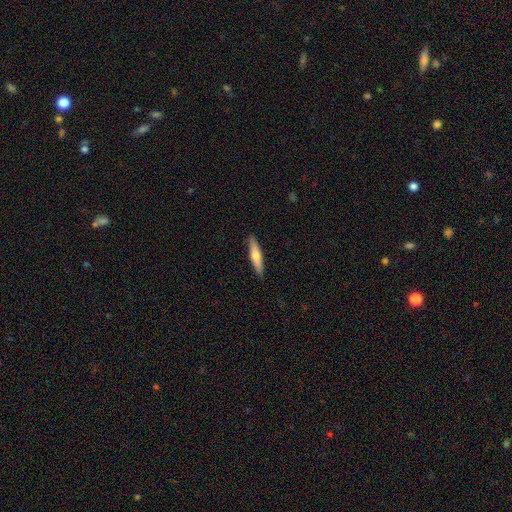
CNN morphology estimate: smooth 60%, featured or disk 35%, star or artifact 5%. Down the decision tree: how rounded — cigar-shaped (84%); merging — none (90%).